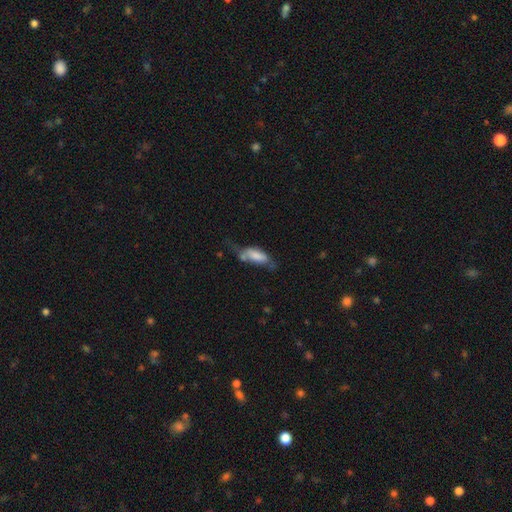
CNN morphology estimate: Q: Smooth or featured?
A: smooth (67%); runner-up: featured or disk (25%)
Q: How rounded?
A: in between (76%); runner-up: cigar-shaped (22%)
Q: Merging?
A: minor disturbance (29%); tied with: none (29%)